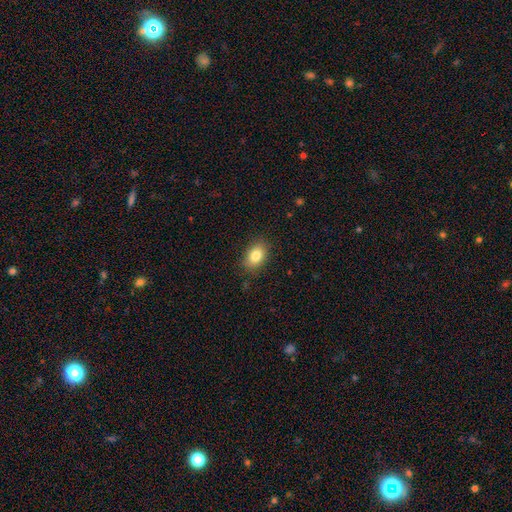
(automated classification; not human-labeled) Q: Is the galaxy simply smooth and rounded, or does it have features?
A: smooth — 83%.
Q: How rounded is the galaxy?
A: in between — 80%.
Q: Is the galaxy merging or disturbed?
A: none — 84%.